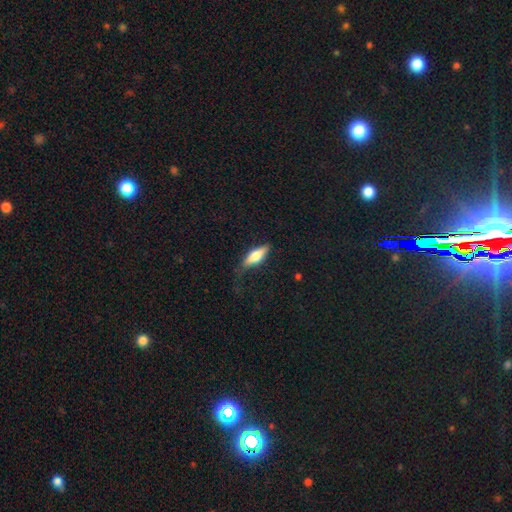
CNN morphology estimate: Smooth or featured? smooth (63%)
How rounded? in between (55%)
Merging? none (63%)